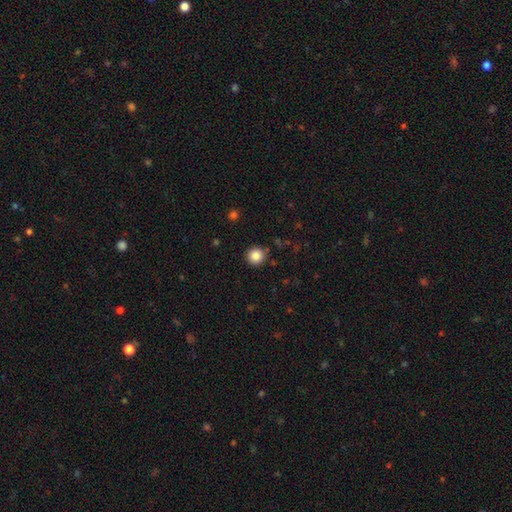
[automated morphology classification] This is clearly a smooth galaxy (85%). How rounded: clearly round (95%). Merging: clearly none (91%).